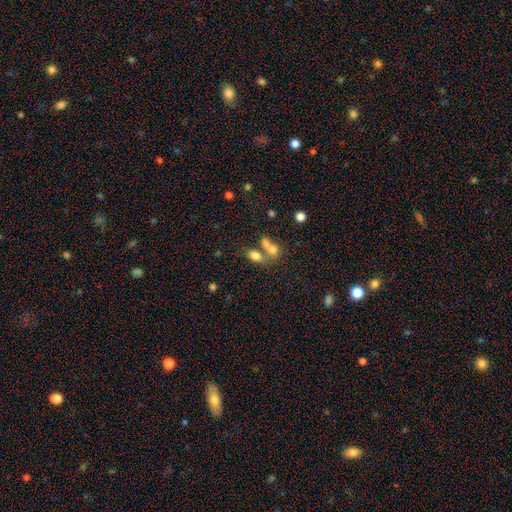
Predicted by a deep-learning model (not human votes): This is likely a smooth galaxy (76%). How rounded: clearly in between (82%). Merging: possibly merger (50%).